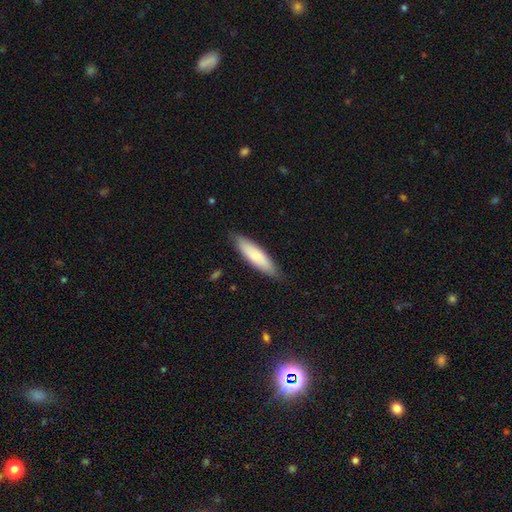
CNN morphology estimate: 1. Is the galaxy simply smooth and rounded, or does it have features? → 77% smooth, 18% featured or disk, 5% star or artifact.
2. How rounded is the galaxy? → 64% cigar-shaped, 35% in between, 1% round.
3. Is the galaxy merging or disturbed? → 84% none, 13% minor disturbance, 2% major disturbance, 1% merger.